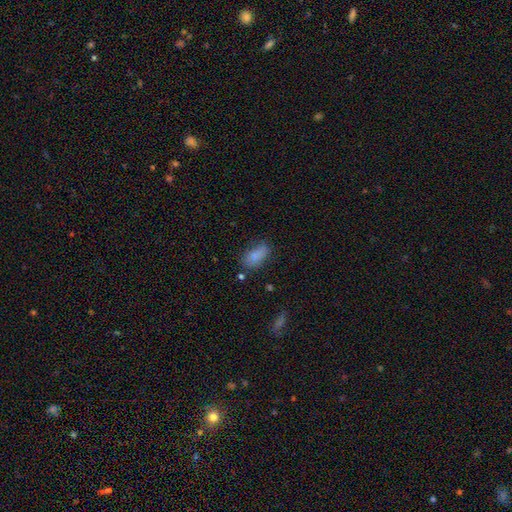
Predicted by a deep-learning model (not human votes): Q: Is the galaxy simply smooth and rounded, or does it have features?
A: smooth — 84%.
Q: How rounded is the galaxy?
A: in between — 88%.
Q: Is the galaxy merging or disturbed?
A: none — 67%.